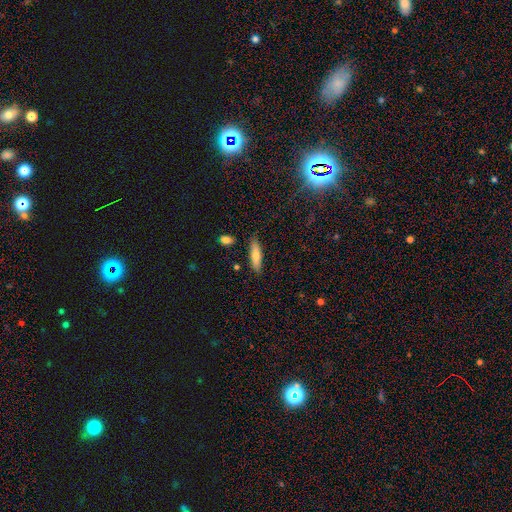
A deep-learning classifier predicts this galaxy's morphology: Smooth or featured? smooth (72%)
How rounded? cigar-shaped (65%)
Merging? none (84%)